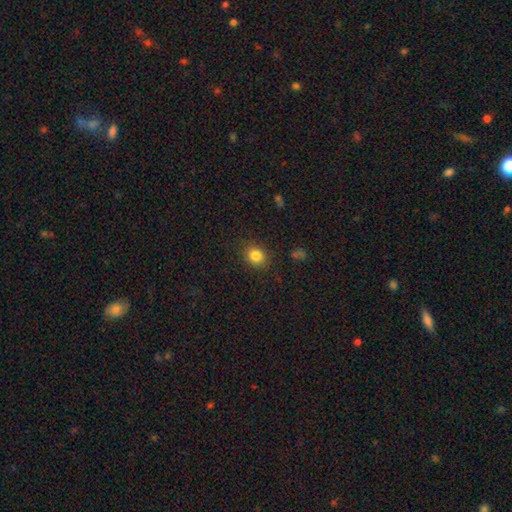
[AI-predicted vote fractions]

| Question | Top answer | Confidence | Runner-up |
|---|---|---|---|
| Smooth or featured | smooth | 83% | star or artifact (11%) |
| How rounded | round | 65% | in between (34%) |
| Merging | none | 87% | minor disturbance (9%) |